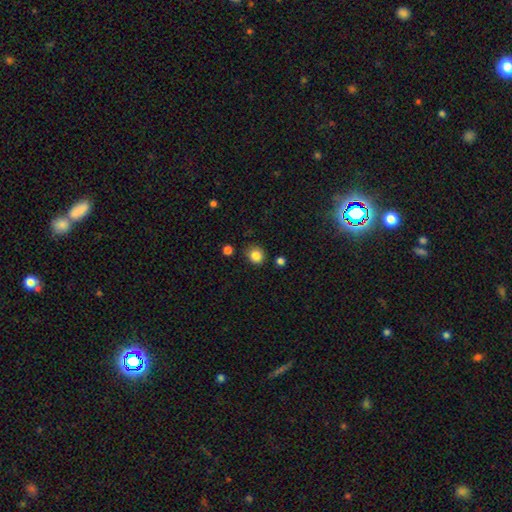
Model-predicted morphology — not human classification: Smooth or featured? Predicted: smooth (p=0.85). How rounded? Predicted: round (p=0.87). Merging? Predicted: none (p=0.84).